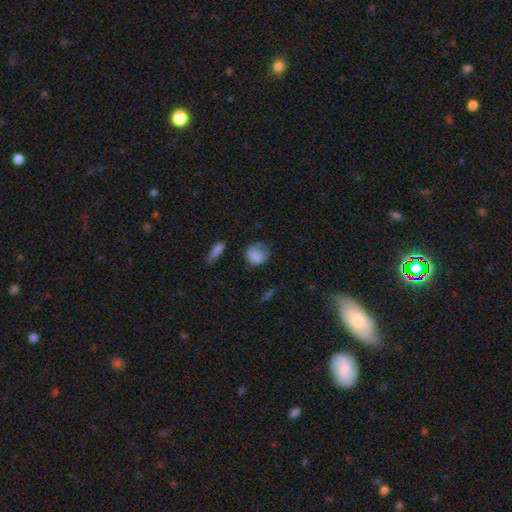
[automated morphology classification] smooth-or-featured: smooth: 80% | featured or disk: 11% | star or artifact: 9%
  how-rounded: round: 65% | in between: 34% | cigar-shaped: 2%
  merging: none: 49% | minor disturbance: 30% | major disturbance: 18% | merger: 3%